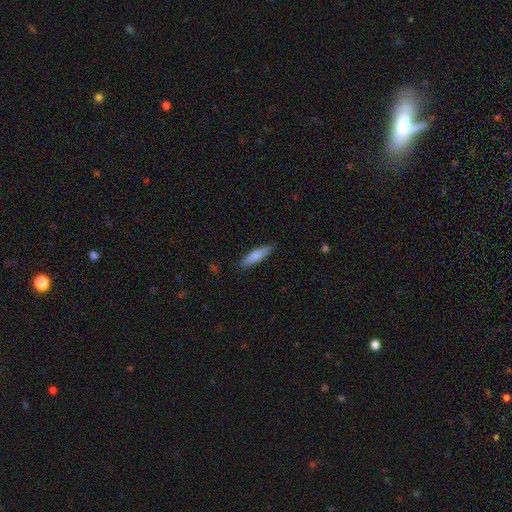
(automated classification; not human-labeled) smooth_or_featured: smooth (p=0.80) [alt: featured or disk p=0.14]
how_rounded: cigar-shaped (p=0.73) [alt: in between p=0.26]
merging: none (p=0.85) [alt: minor disturbance p=0.12]